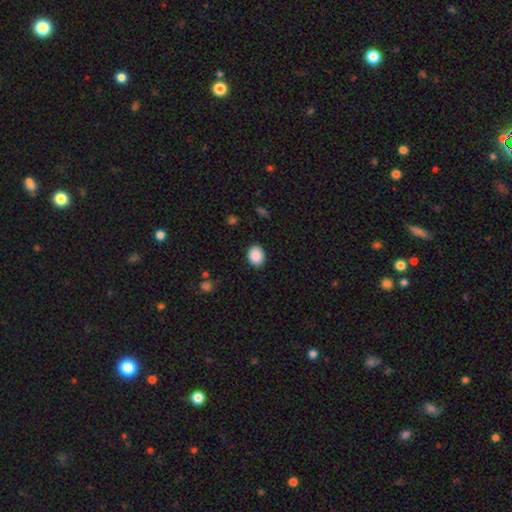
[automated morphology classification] Smooth or featured: smooth — 90% (star or artifact — 8%)
How rounded: in between — 58% (round — 41%)
Merging: none — 88% (minor disturbance — 8%)